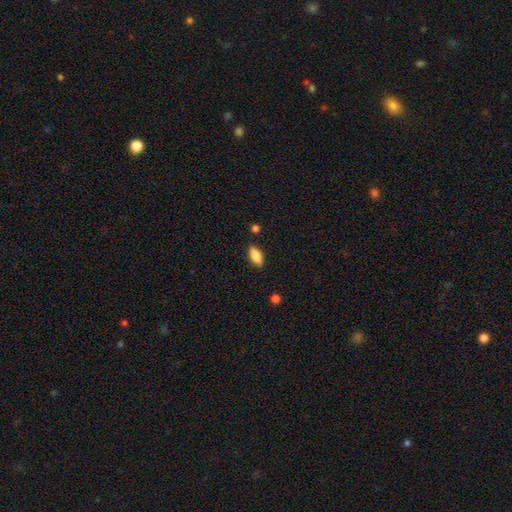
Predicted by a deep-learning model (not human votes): This is likely a smooth galaxy (79%). How rounded: clearly in between (84%). Merging: clearly none (86%).